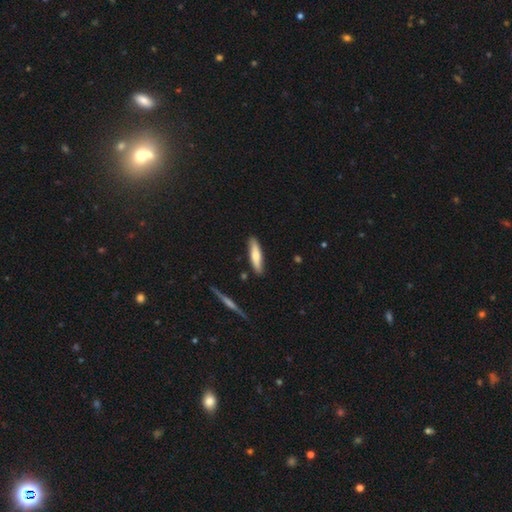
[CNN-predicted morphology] smooth_or_featured: smooth (p=0.68) [alt: featured or disk p=0.26]
how_rounded: cigar-shaped (p=0.75) [alt: in between p=0.23]
merging: none (p=0.86) [alt: minor disturbance p=0.10]